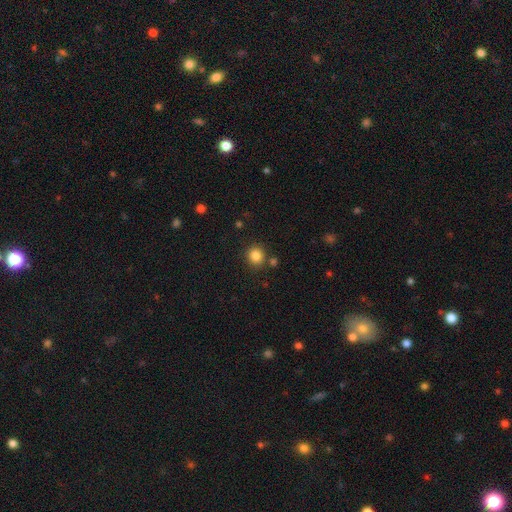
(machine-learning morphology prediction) smooth_or_featured: smooth (p=0.85) [alt: star or artifact p=0.11]
how_rounded: round (p=0.90) [alt: in between p=0.09]
merging: none (p=0.84) [alt: minor disturbance p=0.08]